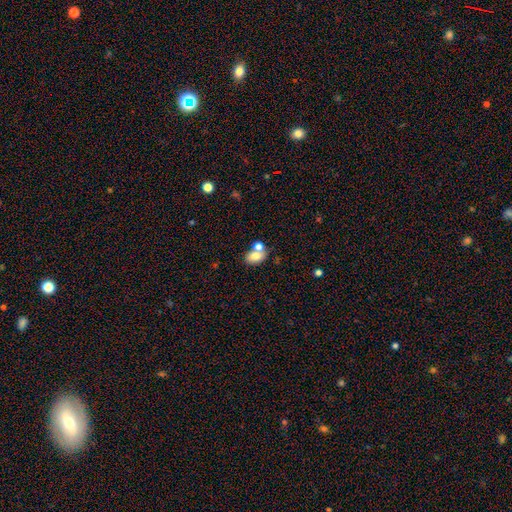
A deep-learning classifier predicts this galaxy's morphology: Smooth or featured: smooth — 75% (featured or disk — 16%)
How rounded: in between — 80% (round — 19%)
Merging: none — 46% (merger — 38%)